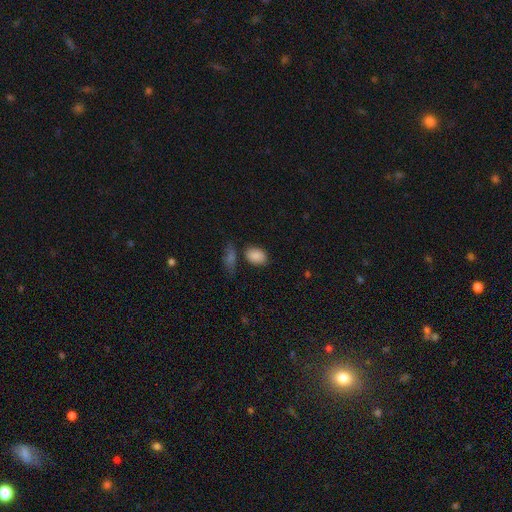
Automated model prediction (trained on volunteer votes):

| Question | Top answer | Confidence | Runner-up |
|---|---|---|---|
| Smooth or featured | smooth | 86% | star or artifact (8%) |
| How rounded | in between | 82% | round (16%) |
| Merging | none | 69% | minor disturbance (17%) |